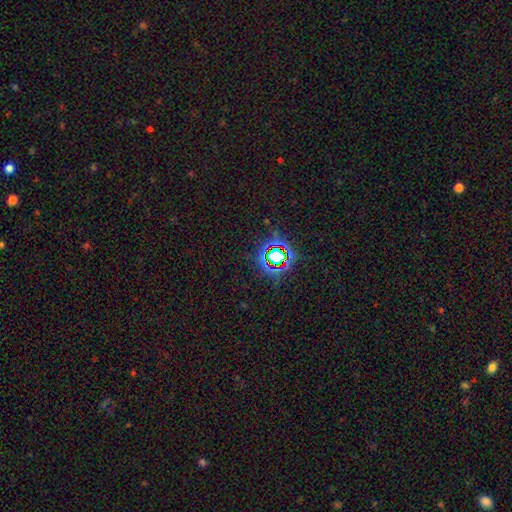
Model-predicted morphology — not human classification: The model was most divided on "smooth or featured": star or artifact: 73%, smooth: 18%, featured or disk: 9%.